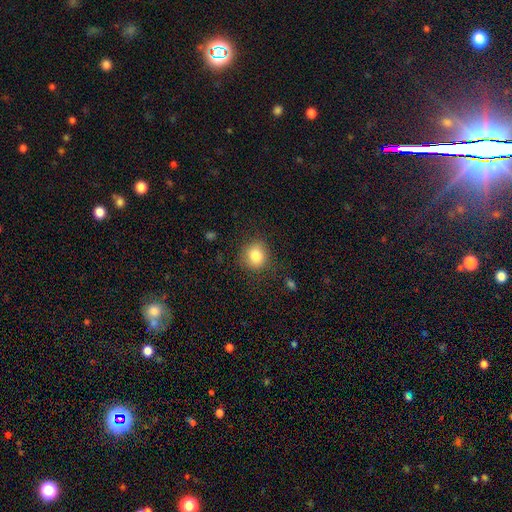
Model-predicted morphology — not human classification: type=smooth (83%); roundness=round (84%); merging=none (83%).